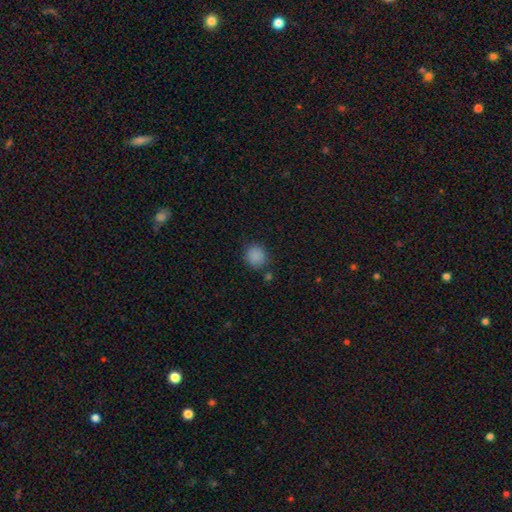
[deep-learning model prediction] smooth 86%, star or artifact 11%, featured or disk 3%. Down the decision tree: how rounded — round (81%); merging — none (79%).